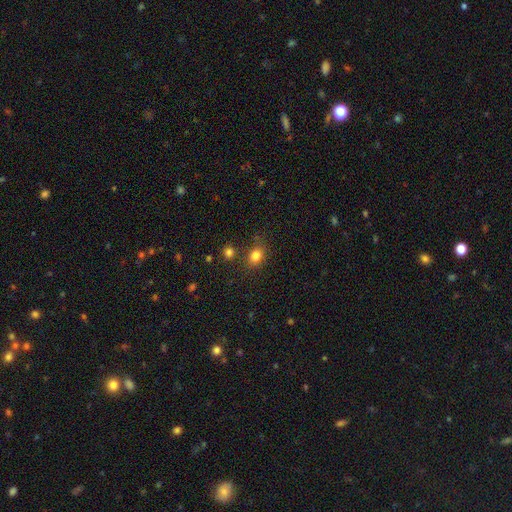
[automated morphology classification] type=smooth (81%); roundness=round (51%); merging=none (73%).